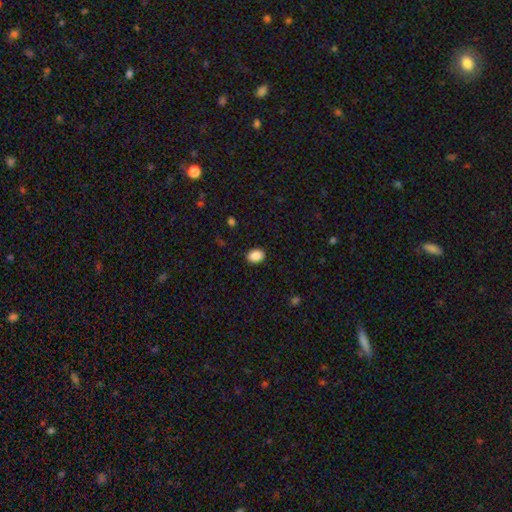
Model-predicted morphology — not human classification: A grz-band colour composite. It shows a smooth galaxy with no disk features (89%) that is in between round and cigar-shaped (71%). Merging: none (90%).